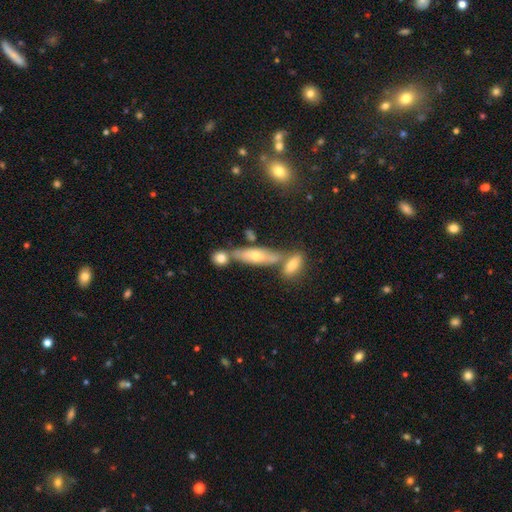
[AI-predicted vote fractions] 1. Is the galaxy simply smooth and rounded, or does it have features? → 46% featured or disk, 44% smooth, 10% star or artifact.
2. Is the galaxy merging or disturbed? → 58% none, 24% merger, 14% minor disturbance, 4% major disturbance.